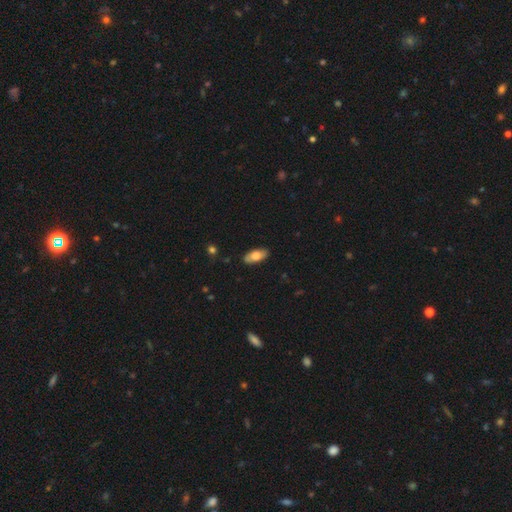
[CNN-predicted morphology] This is likely a smooth galaxy (74%). How rounded: clearly in between (87%). Merging: clearly none (87%).